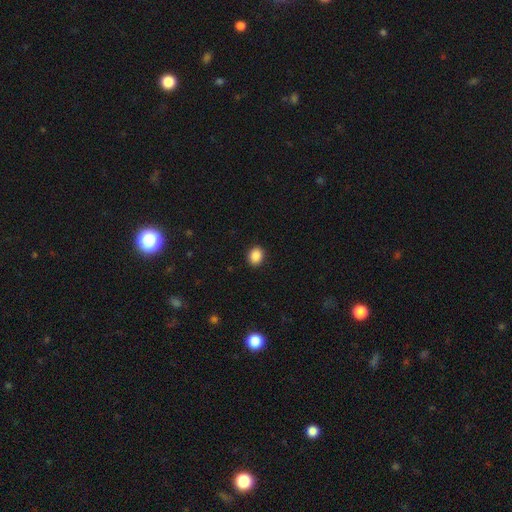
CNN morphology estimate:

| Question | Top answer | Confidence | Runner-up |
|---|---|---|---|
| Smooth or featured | smooth | 88% | star or artifact (9%) |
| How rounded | round | 60% | in between (39%) |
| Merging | none | 91% | minor disturbance (6%) |